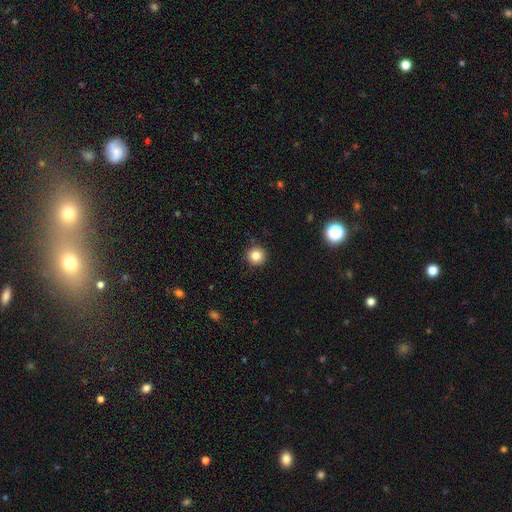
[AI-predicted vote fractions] This is clearly a smooth galaxy (83%). How rounded: clearly round (95%). Merging: clearly none (90%).